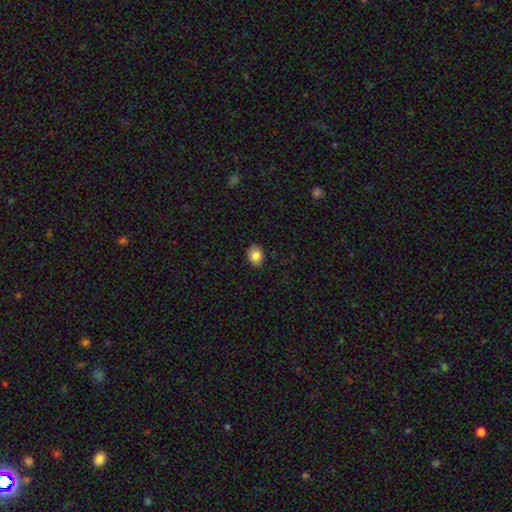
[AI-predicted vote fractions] This appears to be a smooth galaxy with no disk features (85%) that is round (50%). Merging: none (88%).